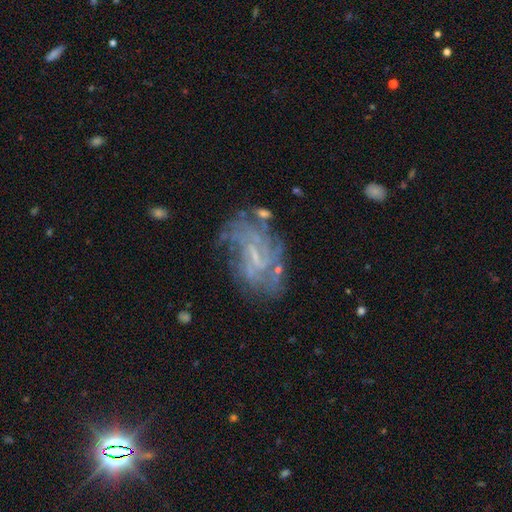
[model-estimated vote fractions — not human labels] A featured or disk galaxy (76%) with a weak bar (51%), tight (42%) spiral arms (79%) and a small central bulge (54%). Merging: none (58%).